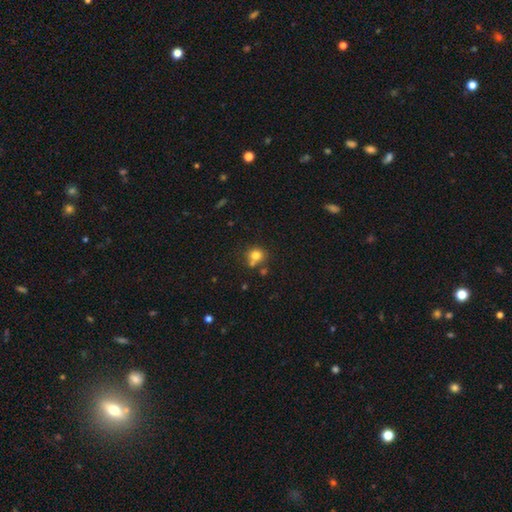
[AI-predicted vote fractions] Smooth or featured? smooth (77%)
How rounded? round (83%)
Merging? none (59%)